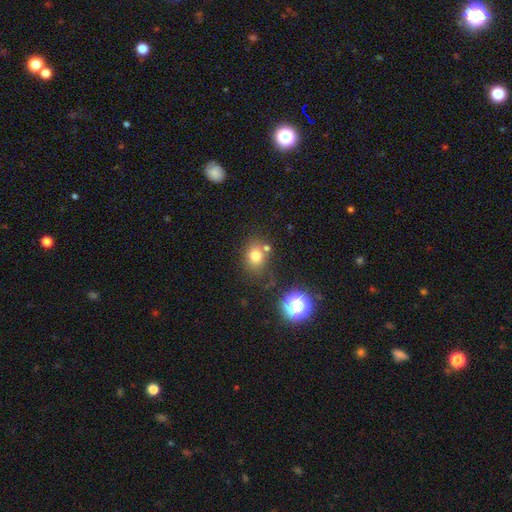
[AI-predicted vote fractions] This appears to be a smooth galaxy with no disk features (76%) that is round (57%). Merging: none (68%).